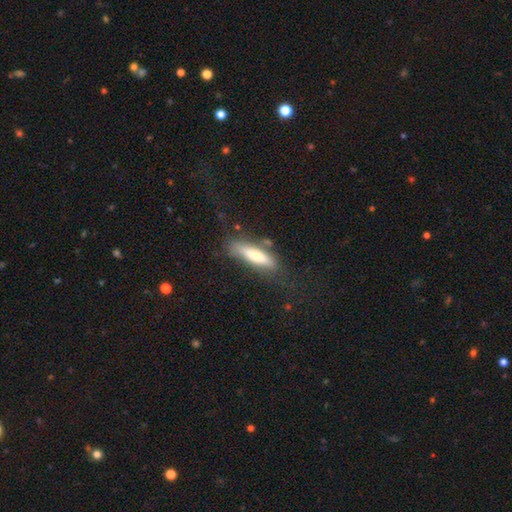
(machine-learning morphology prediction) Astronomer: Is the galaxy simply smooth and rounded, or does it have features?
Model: smooth — 64%.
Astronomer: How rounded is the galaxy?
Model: cigar-shaped — 72%.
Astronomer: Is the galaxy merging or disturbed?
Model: none — 73%.